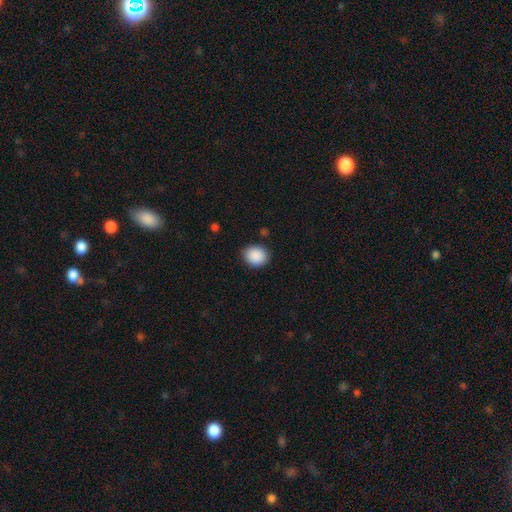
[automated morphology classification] A smooth galaxy with no disk features (90%) that is round (70%). Merging: none (87%).